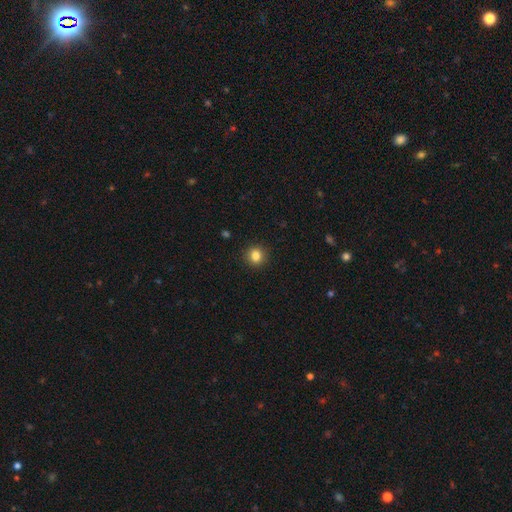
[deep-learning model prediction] Morphology: type=smooth (84%); roundness=round (88%); merging=none (92%).